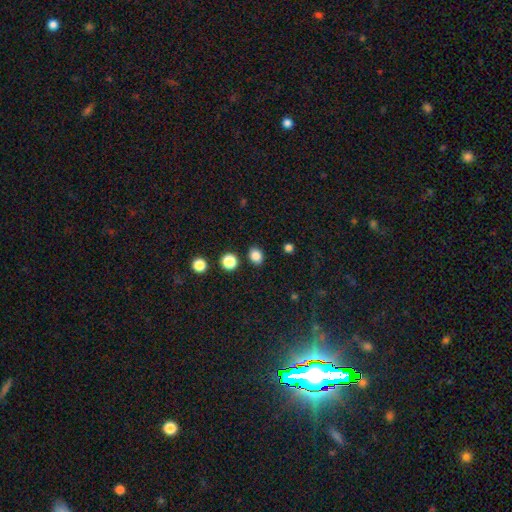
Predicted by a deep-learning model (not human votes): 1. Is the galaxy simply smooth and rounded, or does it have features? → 84% smooth, 12% star or artifact, 4% featured or disk.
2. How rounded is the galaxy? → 60% round, 39% in between, 1% cigar-shaped.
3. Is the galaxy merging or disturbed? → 86% none, 8% minor disturbance, 3% merger, 2% major disturbance.